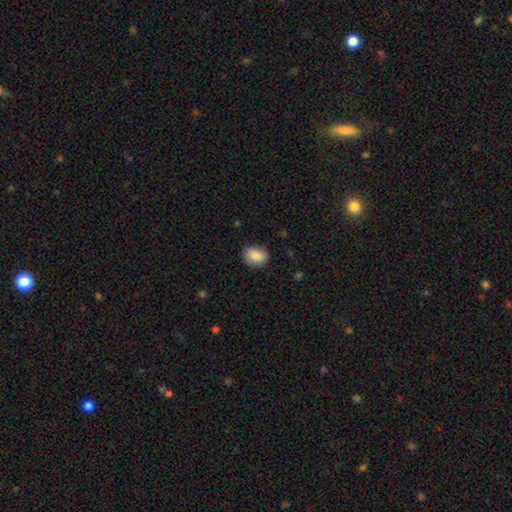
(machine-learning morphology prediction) smooth_or_featured: smooth (p=0.86) [alt: star or artifact p=0.07]
how_rounded: in between (p=0.64) [alt: round p=0.35]
merging: none (p=0.84) [alt: minor disturbance p=0.13]